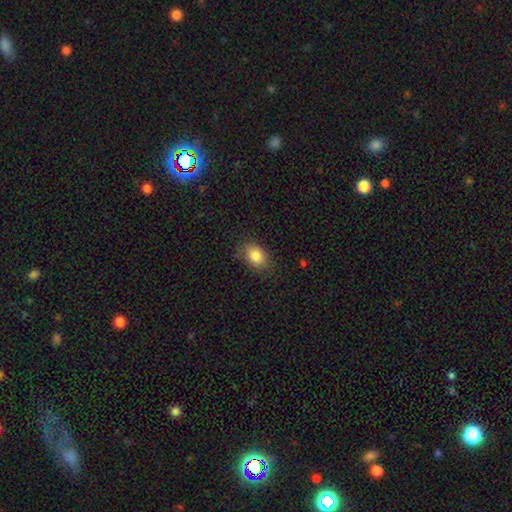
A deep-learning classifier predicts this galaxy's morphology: Smooth or featured? smooth (84%)
How rounded? in between (67%)
Merging? none (79%)